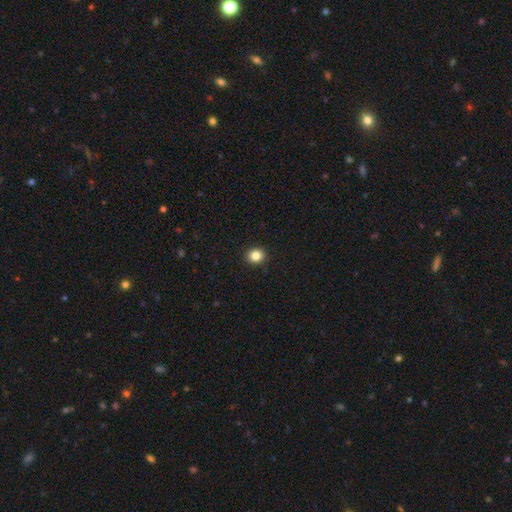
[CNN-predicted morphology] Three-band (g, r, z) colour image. It shows a smooth galaxy with no disk features (84%) that is round (78%). Merging: none (93%).